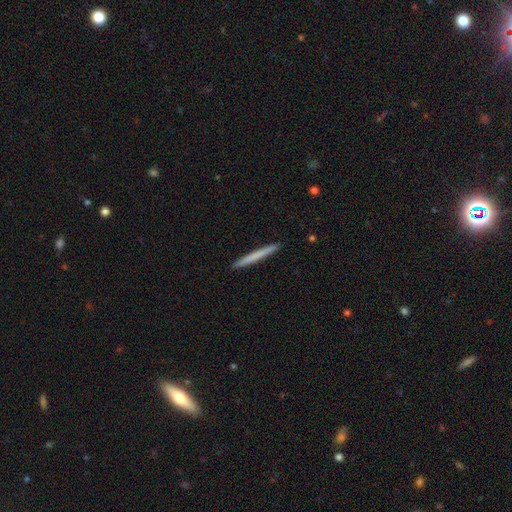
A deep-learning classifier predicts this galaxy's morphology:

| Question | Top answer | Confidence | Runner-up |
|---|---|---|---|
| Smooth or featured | smooth | 66% | featured or disk (29%) |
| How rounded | cigar-shaped | 97% | in between (2%) |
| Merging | none | 93% | minor disturbance (5%) |